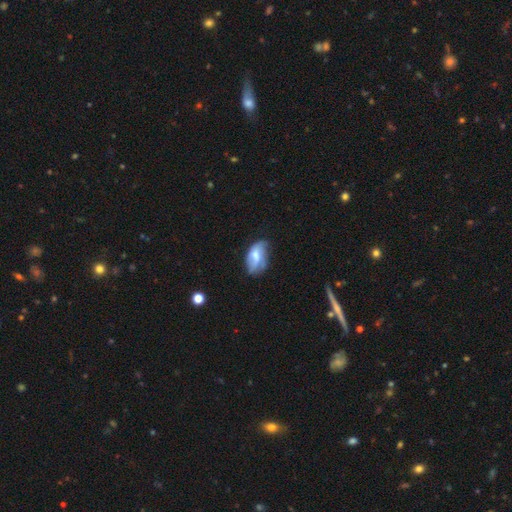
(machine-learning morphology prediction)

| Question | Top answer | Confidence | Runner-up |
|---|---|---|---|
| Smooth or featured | smooth | 55% | featured or disk (37%) |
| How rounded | in between | 91% | round (6%) |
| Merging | none | 42% | minor disturbance (38%) |